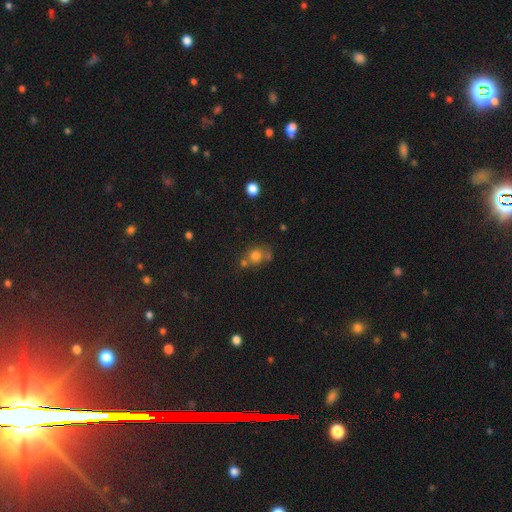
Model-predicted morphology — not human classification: Smooth or featured? smooth (73%)
How rounded? round (76%)
Merging? none (52%)